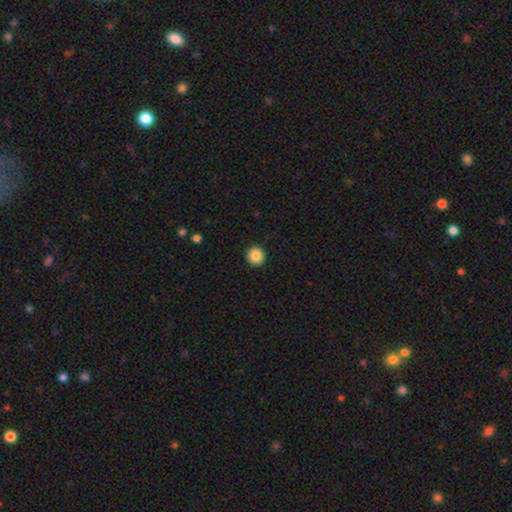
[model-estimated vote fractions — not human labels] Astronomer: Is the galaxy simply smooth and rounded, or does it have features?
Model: smooth — 87%.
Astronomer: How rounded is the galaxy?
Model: round — 94%.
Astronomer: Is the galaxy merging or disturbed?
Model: none — 93%.